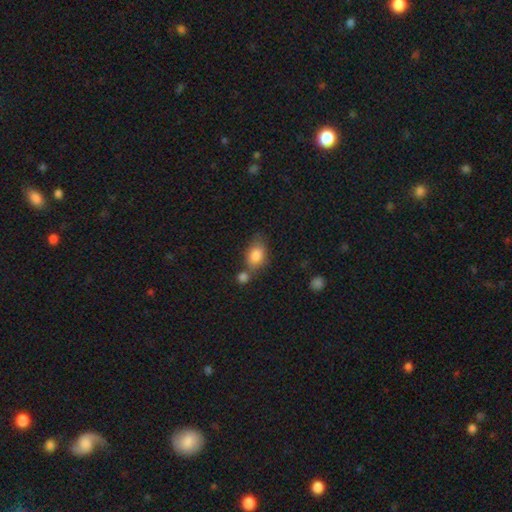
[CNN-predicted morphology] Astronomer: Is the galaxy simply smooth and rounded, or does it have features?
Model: smooth — 83%.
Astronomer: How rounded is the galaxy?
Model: in between — 76%.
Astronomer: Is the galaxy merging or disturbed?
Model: none — 47% (runner-up: merger, 32%).